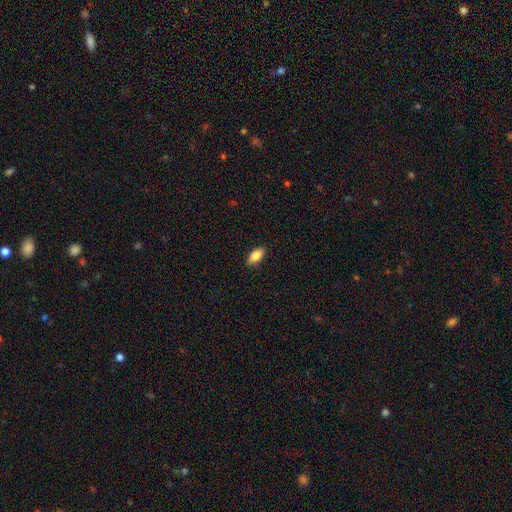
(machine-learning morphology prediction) Q: Smooth or featured?
A: smooth (82%); runner-up: featured or disk (12%)
Q: How rounded?
A: in between (87%); runner-up: cigar-shaped (10%)
Q: Merging?
A: none (88%); runner-up: minor disturbance (9%)